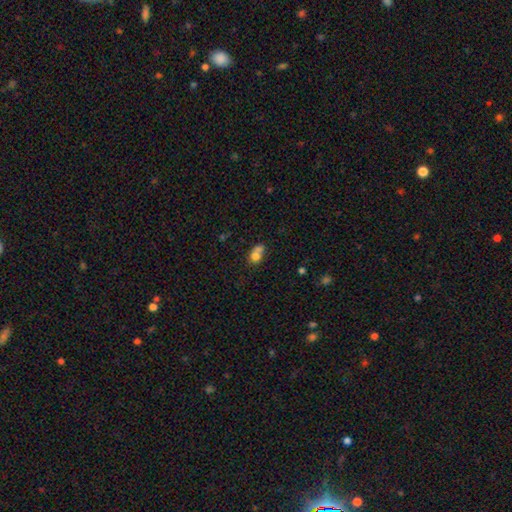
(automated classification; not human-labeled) smooth_or_featured: smooth (p=0.73) [alt: featured or disk p=0.15]
how_rounded: round (p=0.50) [alt: in between p=0.48]
merging: merger (p=0.47) [alt: none p=0.29]